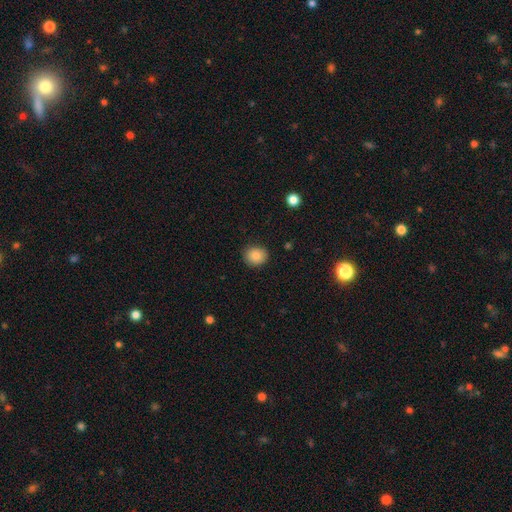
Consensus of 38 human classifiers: smooth-or-featured: smooth: 87% | featured or disk: 11% | star or artifact: 3%
  how-rounded: round: 73% | in between: 27% | cigar-shaped: 0%
  merging: none: 81% | minor disturbance: 16% | major disturbance: 3% | merger: 0%